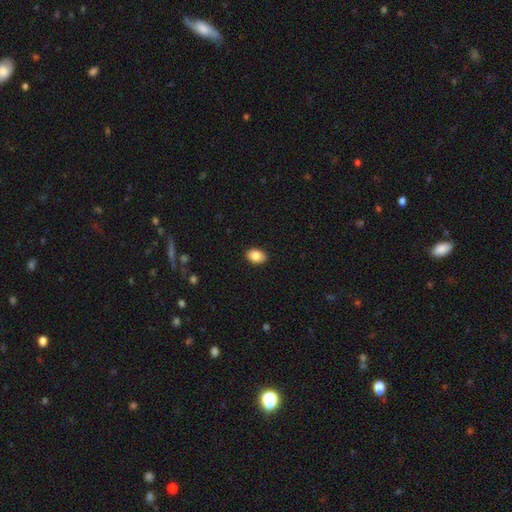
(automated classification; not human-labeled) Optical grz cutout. It shows a smooth galaxy with no disk features (85%) that is in between round and cigar-shaped (80%). Merging: none (89%).